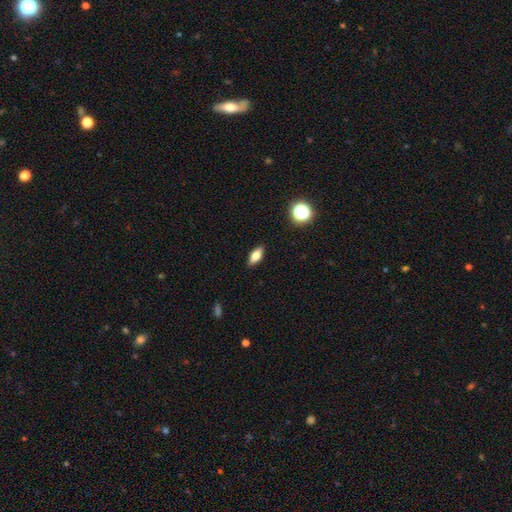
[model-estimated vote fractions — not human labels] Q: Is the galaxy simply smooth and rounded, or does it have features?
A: smooth — 69%.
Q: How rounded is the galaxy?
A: in between — 78%.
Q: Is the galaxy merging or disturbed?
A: none — 88%.